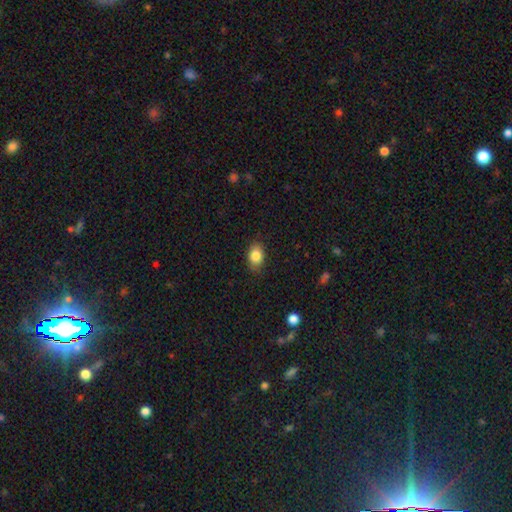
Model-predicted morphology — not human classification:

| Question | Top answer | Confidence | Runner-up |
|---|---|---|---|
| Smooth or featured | smooth | 85% | star or artifact (8%) |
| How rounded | in between | 80% | round (19%) |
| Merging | none | 85% | minor disturbance (11%) |